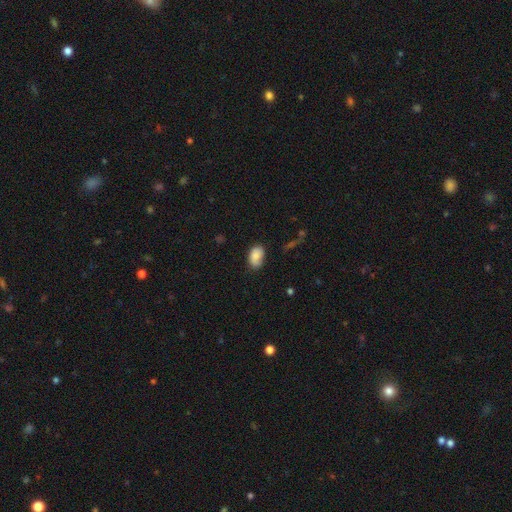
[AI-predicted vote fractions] Smooth or featured?
  - smooth: 83% *
  - featured or disk: 10%
  - star or artifact: 8%
How rounded?
  - in between: 90% *
  - round: 9%
  - cigar-shaped: 1%
Merging?
  - none: 68% *
  - minor disturbance: 25%
  - major disturbance: 5%
  - merger: 2%